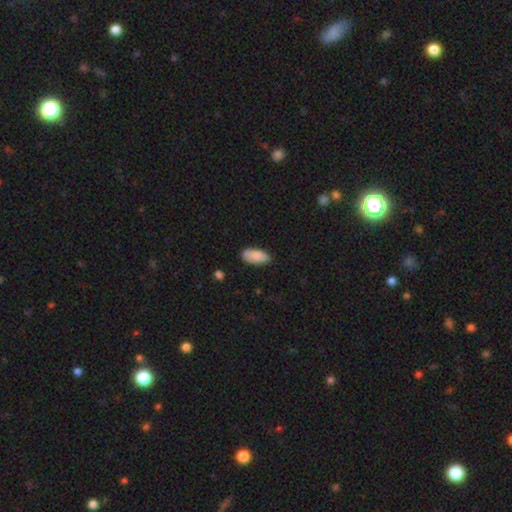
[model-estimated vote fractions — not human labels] Overall: smooth (88%). How rounded: in between (91%). Merging: none (84%).